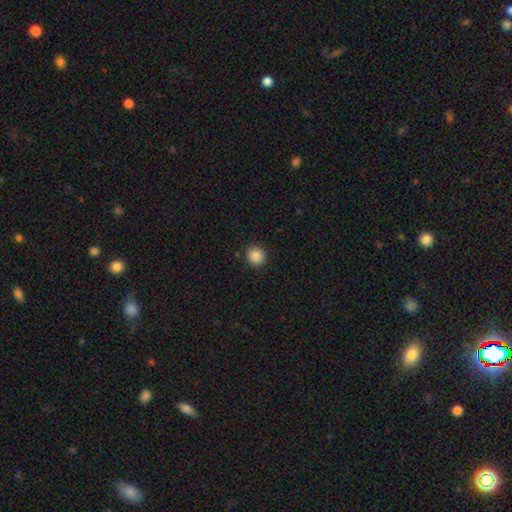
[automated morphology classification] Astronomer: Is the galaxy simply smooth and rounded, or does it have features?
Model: smooth — 87%.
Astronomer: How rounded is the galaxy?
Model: round — 88%.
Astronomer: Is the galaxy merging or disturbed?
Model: none — 90%.